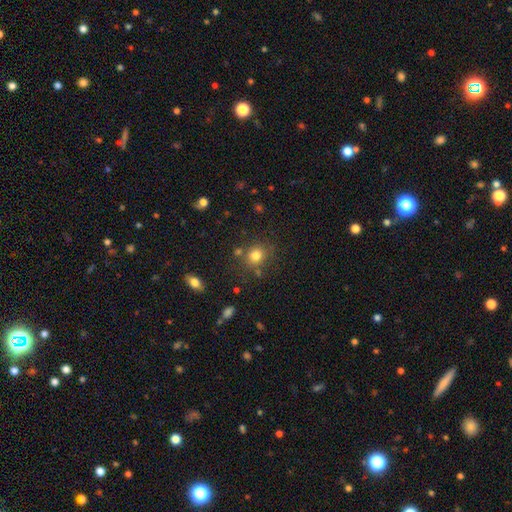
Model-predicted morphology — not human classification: Smooth or featured: smooth — 78% (star or artifact — 14%)
How rounded: round — 78% (in between — 21%)
Merging: none — 74% (minor disturbance — 12%)